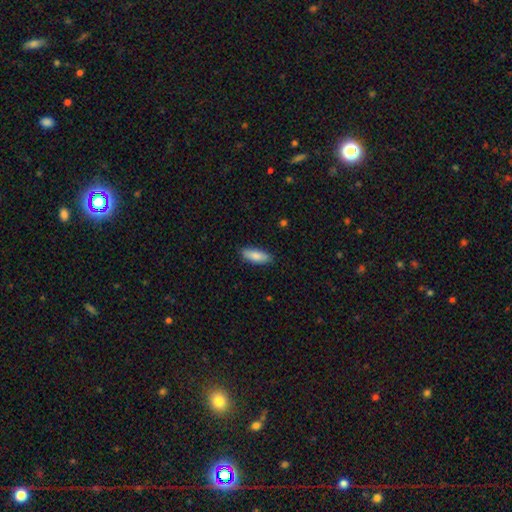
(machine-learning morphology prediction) The model was most divided on "how rounded": in between: 67%, cigar-shaped: 32%, round: 2%. More confident: smooth or featured — smooth (86%); merging — none (85%).